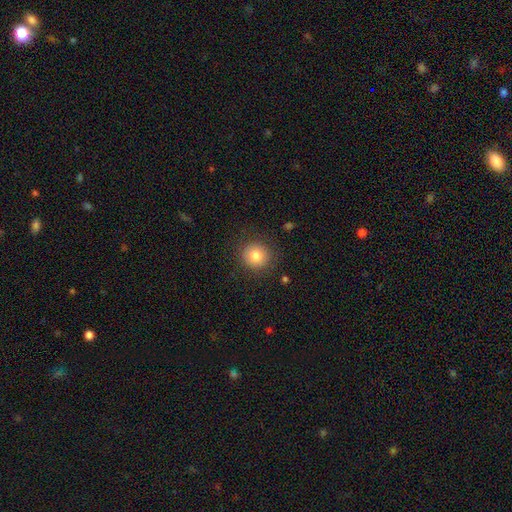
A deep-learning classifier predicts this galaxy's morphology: A smooth galaxy with no disk features (80%) that is round (91%).

Vote fractions:
- Smooth or featured? smooth: 80% / star or artifact: 10% / featured or disk: 10%
- How rounded? round: 91% / in between: 8% / cigar-shaped: 1%
- Merging? none: 87% / minor disturbance: 9% / major disturbance: 3% / merger: 1%